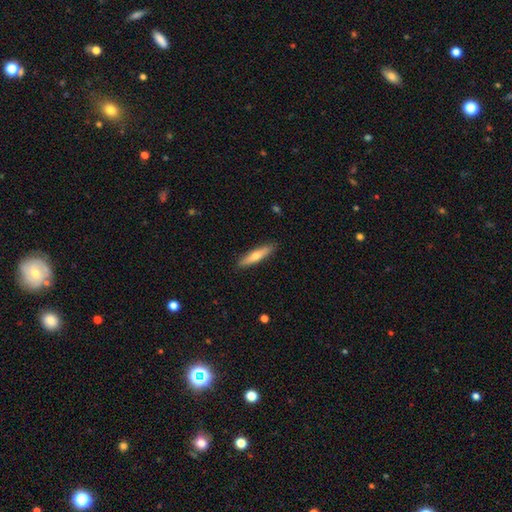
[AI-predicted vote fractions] This appears to be a smooth galaxy with no disk features (55%) that is cigar-shaped (85%). Merging: none (90%).